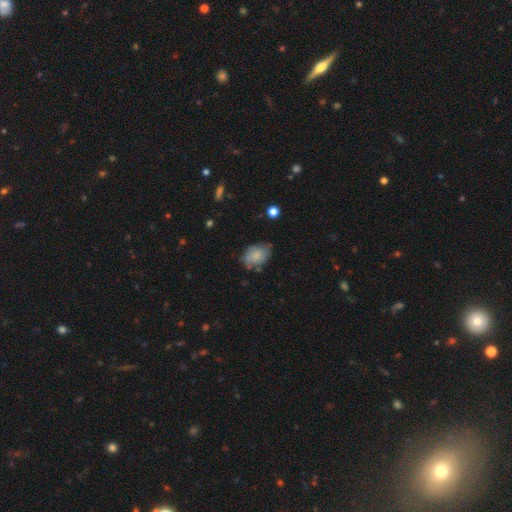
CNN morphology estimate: The model was most divided on "merging": none: 55%, minor disturbance: 31%, major disturbance: 10%, merger: 3%. More confident: how rounded — in between (71%); smooth or featured — smooth (58%).